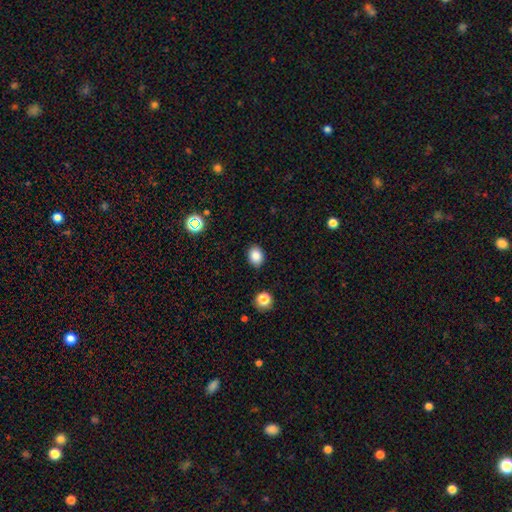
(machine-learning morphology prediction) smooth_or_featured: smooth (p=0.85) [alt: star or artifact p=0.10]
how_rounded: in between (p=0.55) [alt: round p=0.44]
merging: none (p=0.89) [alt: minor disturbance p=0.08]